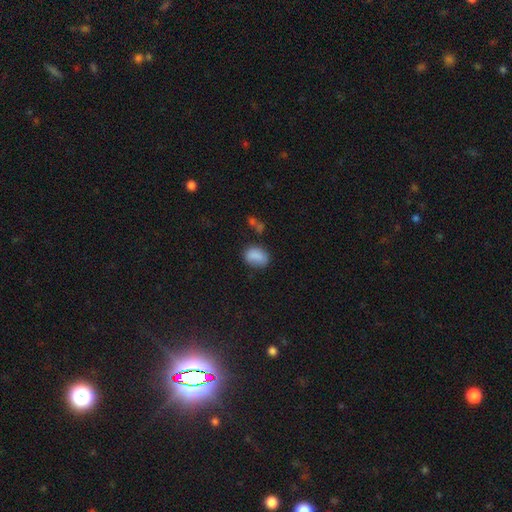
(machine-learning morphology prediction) Overall: smooth (84%). How rounded: in between (75%). Merging: none (65%).